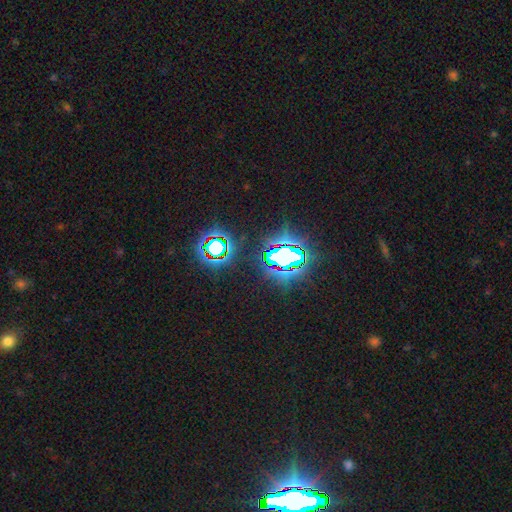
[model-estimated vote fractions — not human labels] Smooth or featured? star or artifact (84%)